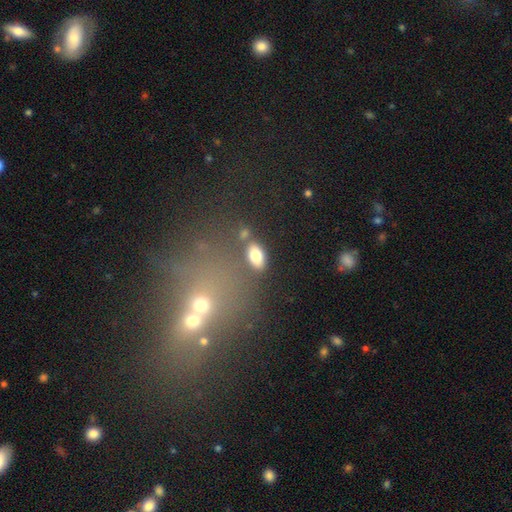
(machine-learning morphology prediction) Smooth or featured?
  - smooth: 79% *
  - featured or disk: 12%
  - star or artifact: 9%
How rounded?
  - in between: 89% *
  - round: 6%
  - cigar-shaped: 5%
Merging?
  - none: 75% *
  - minor disturbance: 12%
  - merger: 9%
  - major disturbance: 4%